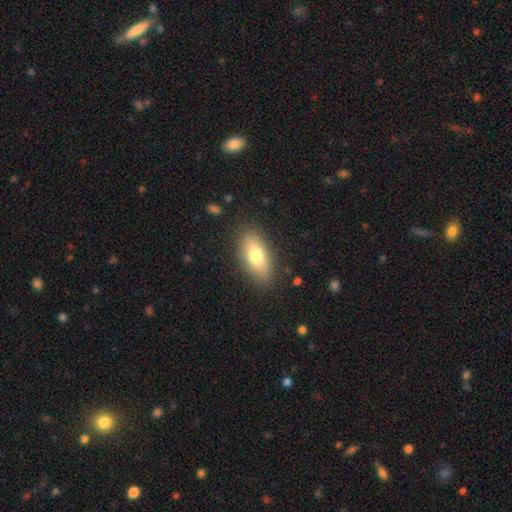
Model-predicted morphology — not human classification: The model was most divided on "smooth or featured": smooth: 75%, featured or disk: 18%, star or artifact: 8%. More confident: how rounded — in between (85%); merging — none (85%).